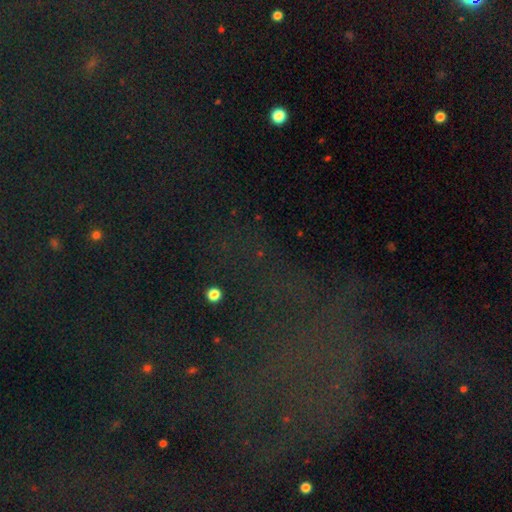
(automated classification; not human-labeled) This is likely a star or artifact rather than a galaxy (74%).